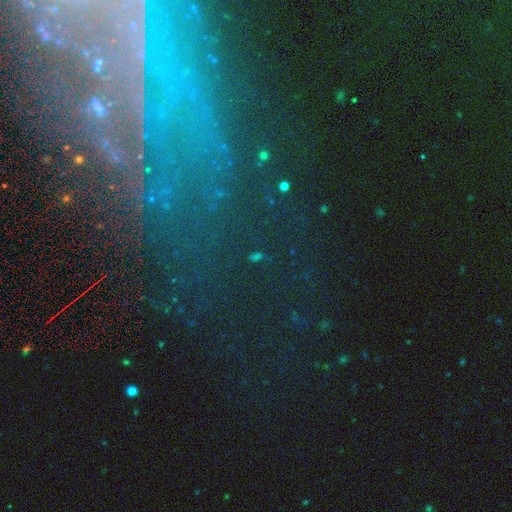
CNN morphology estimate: Overall: star or artifact (61%; featured or disk 23%).